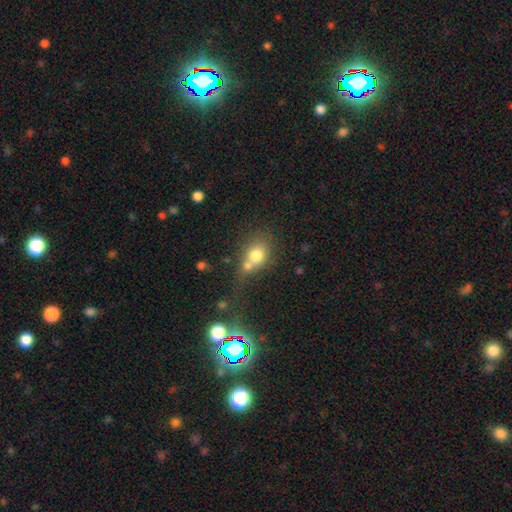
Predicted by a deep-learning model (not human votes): smooth 73%, featured or disk 15%, star or artifact 11%. Down the decision tree: how rounded — round (57%); merging — merger (49%).